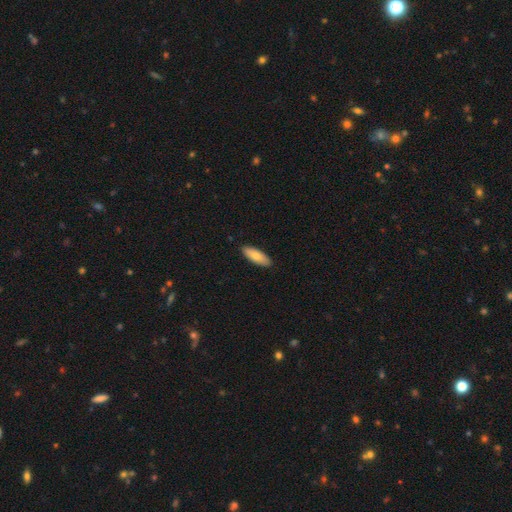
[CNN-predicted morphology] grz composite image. It shows a smooth galaxy with no disk features (80%) that is in between round and cigar-shaped (69%). Merging: none (90%).